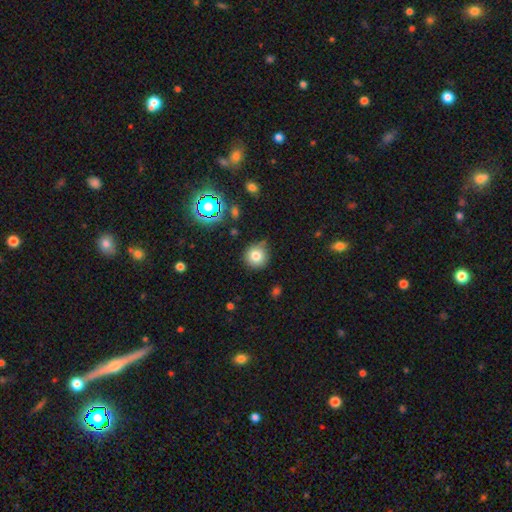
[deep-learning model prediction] Q: Smooth or featured?
A: smooth (79%); runner-up: star or artifact (13%)
Q: How rounded?
A: round (92%); runner-up: in between (7%)
Q: Merging?
A: none (74%); runner-up: minor disturbance (19%)